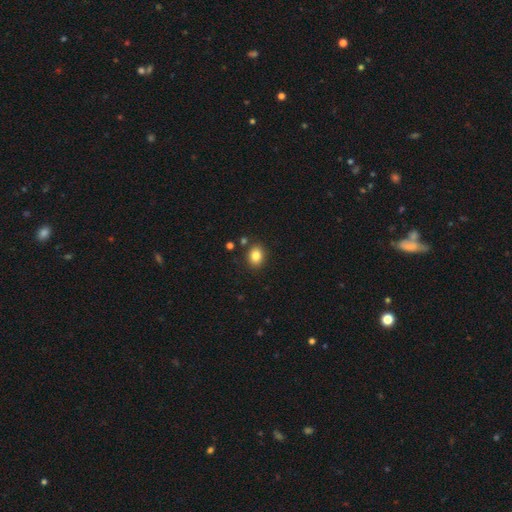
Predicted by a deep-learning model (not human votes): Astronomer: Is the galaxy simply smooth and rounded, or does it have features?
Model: smooth — 84%.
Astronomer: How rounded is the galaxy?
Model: round — 50% (runner-up: in between, 49%).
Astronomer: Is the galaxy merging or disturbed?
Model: none — 85%.